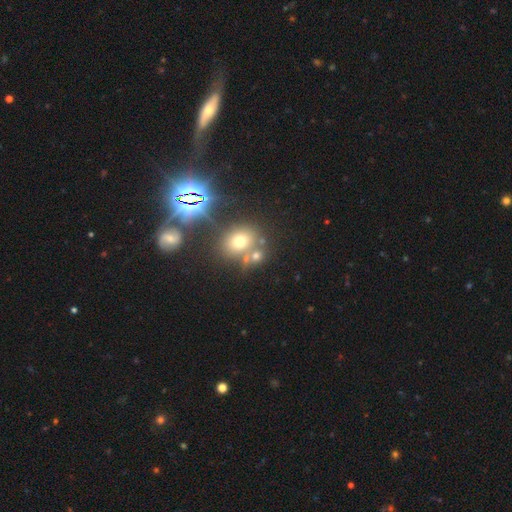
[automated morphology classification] smooth 59%, star or artifact 25%, featured or disk 16%. Down the decision tree: how rounded — round (63%); merging — none (53%).